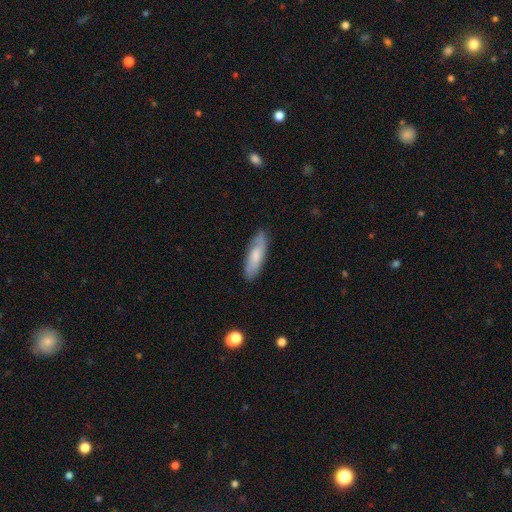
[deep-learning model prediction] Smooth or featured: smooth — 63% (featured or disk — 31%)
How rounded: cigar-shaped — 52% (in between — 46%)
Merging: none — 80% (minor disturbance — 16%)